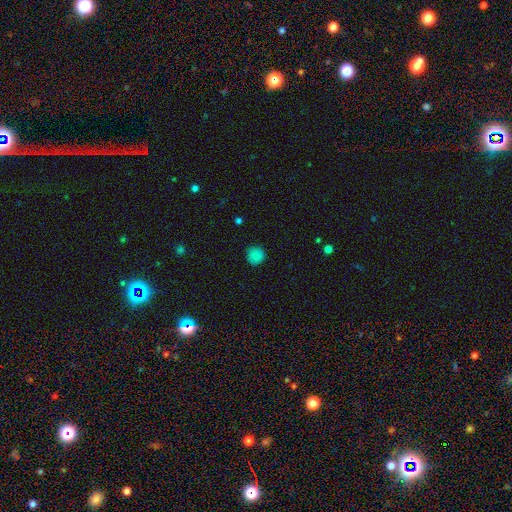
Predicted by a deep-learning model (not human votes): Q: Smooth or featured?
A: smooth (84%); runner-up: star or artifact (10%)
Q: How rounded?
A: round (92%); runner-up: in between (7%)
Q: Merging?
A: none (86%); runner-up: minor disturbance (10%)